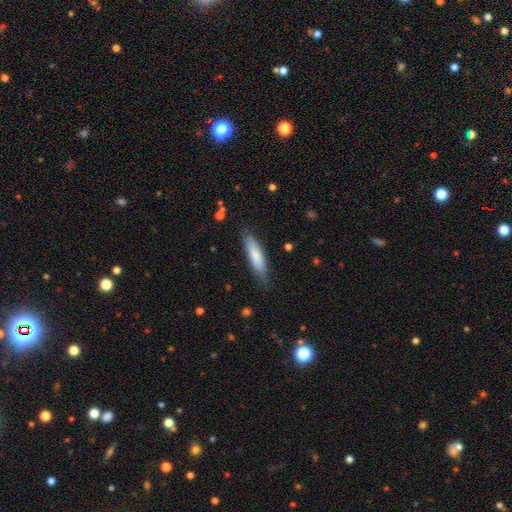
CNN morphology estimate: smooth 78%, featured or disk 17%, star or artifact 5%. Down the decision tree: how rounded — cigar-shaped (67%); merging — none (79%).